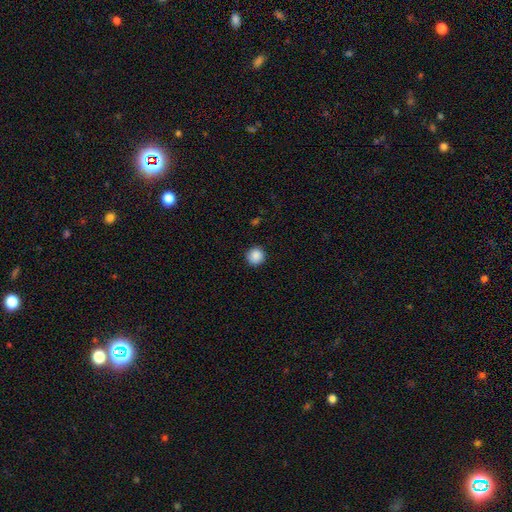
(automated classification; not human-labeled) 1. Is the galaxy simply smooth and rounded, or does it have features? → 88% smooth, 9% star or artifact, 3% featured or disk.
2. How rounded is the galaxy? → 95% round, 4% in between, 1% cigar-shaped.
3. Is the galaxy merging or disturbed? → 92% none, 6% minor disturbance, 2% major disturbance, 1% merger.